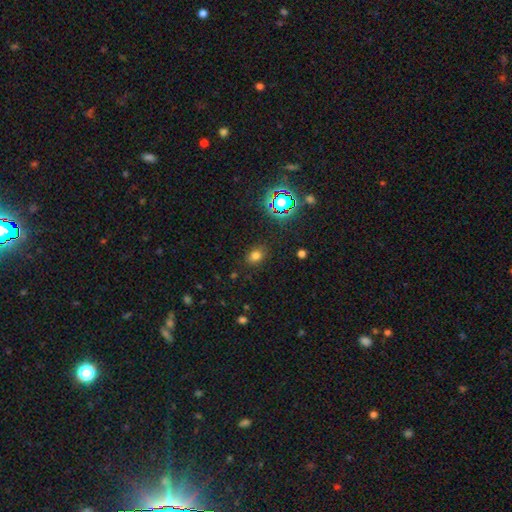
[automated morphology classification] This is likely a smooth galaxy (74%). How rounded: possibly in between (58%). Merging: clearly none (85%).